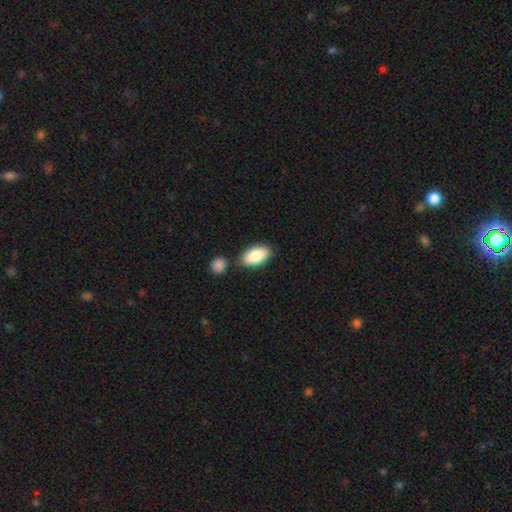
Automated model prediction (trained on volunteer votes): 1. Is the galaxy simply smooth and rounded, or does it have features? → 84% smooth, 10% featured or disk, 6% star or artifact.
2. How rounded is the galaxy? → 94% in between, 4% round, 2% cigar-shaped.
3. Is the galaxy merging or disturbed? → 75% none, 11% minor disturbance, 11% merger, 3% major disturbance.